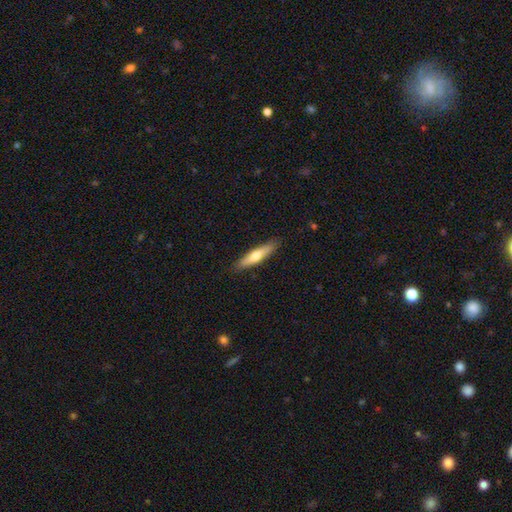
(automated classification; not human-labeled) Smooth or featured?
  - smooth: 53% *
  - featured or disk: 41%
  - star or artifact: 5%
How rounded?
  - cigar-shaped: 85% *
  - in between: 14%
  - round: 2%
Merging?
  - none: 89% *
  - minor disturbance: 8%
  - major disturbance: 2%
  - merger: 1%